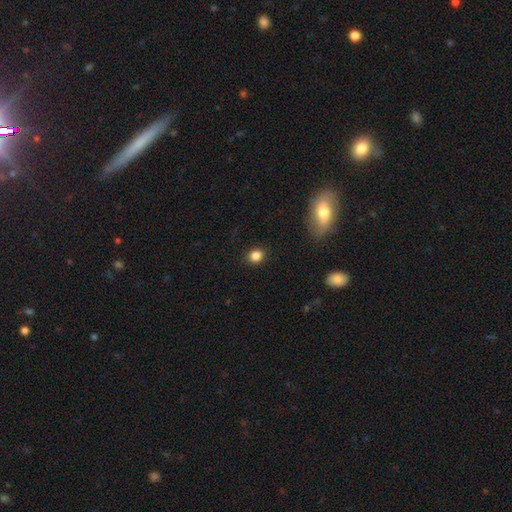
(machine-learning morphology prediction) Q: Smooth or featured?
A: smooth (85%); runner-up: star or artifact (11%)
Q: How rounded?
A: round (72%); runner-up: in between (27%)
Q: Merging?
A: none (90%); runner-up: minor disturbance (7%)